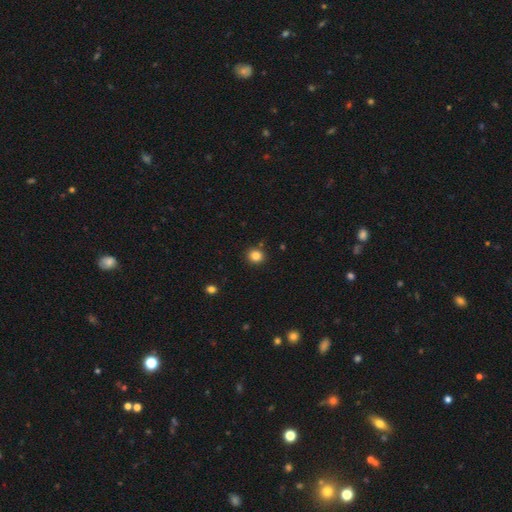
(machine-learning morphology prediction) This is clearly a smooth galaxy (84%). How rounded: clearly round (82%). Merging: clearly none (87%).